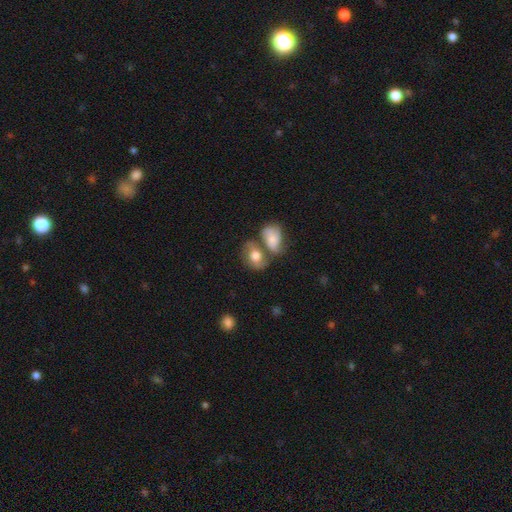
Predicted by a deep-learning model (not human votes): smooth 58%, featured or disk 34%, star or artifact 8%. Down the decision tree: how rounded — in between (68%); merging — merger (50%).